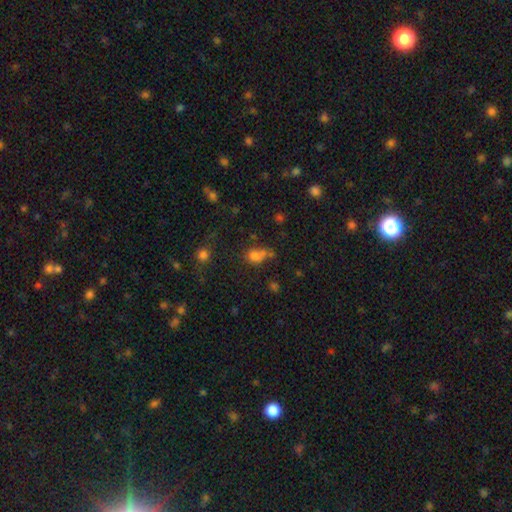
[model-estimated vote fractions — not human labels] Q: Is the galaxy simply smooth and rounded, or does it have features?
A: smooth — 67%.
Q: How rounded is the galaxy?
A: in between — 52%.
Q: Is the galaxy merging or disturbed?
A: none — 37%.